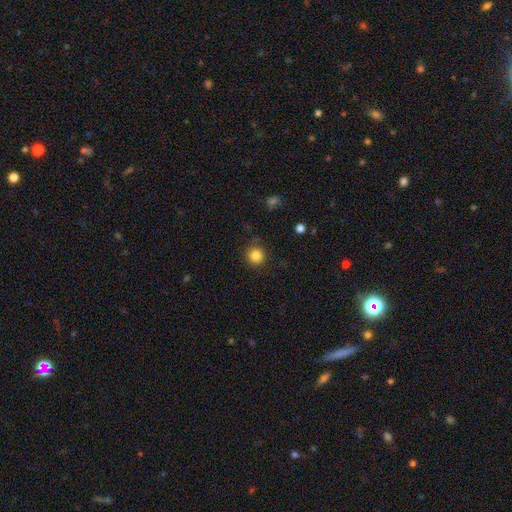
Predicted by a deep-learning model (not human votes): Overall: smooth (84%). How rounded: round (94%). Merging: none (86%).